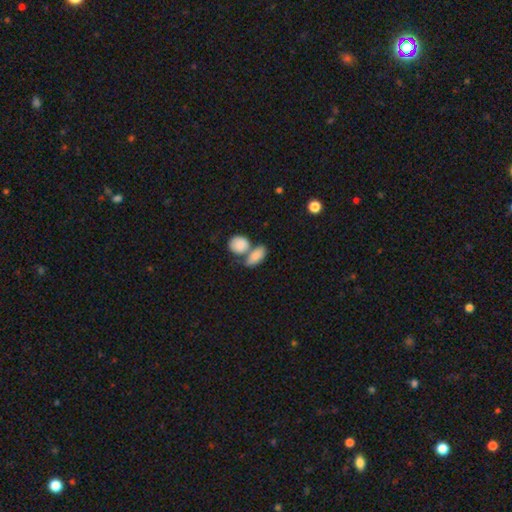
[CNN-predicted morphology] A smooth galaxy with no disk features (84%) that is in between round and cigar-shaped (83%).

Vote fractions:
- Smooth or featured? smooth: 84% / featured or disk: 10% / star or artifact: 6%
- How rounded? in between: 83% / round: 11% / cigar-shaped: 5%
- Merging? merger: 52% / none: 33% / minor disturbance: 10% / major disturbance: 5%